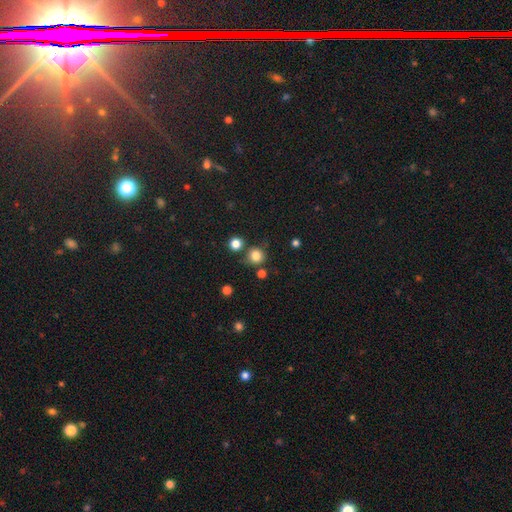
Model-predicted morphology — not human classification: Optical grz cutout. It shows a smooth galaxy with no disk features (81%) that is round (92%). Merging: none (75%).